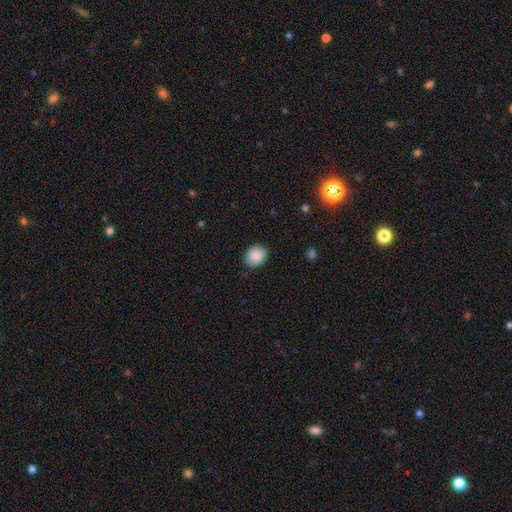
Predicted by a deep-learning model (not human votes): Smooth or featured: smooth — 89% (star or artifact — 7%)
How rounded: round — 50% (in between — 49%)
Merging: none — 85% (minor disturbance — 12%)